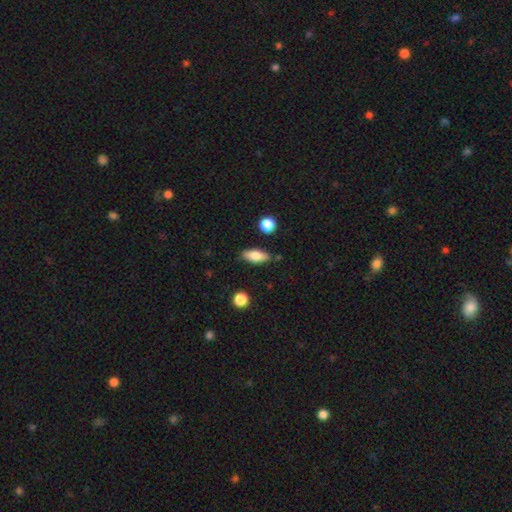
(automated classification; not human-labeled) smooth-or-featured: smooth: 75% | featured or disk: 18% | star or artifact: 7%
  how-rounded: in between: 73% | cigar-shaped: 23% | round: 4%
  merging: none: 82% | minor disturbance: 12% | merger: 3% | major disturbance: 3%